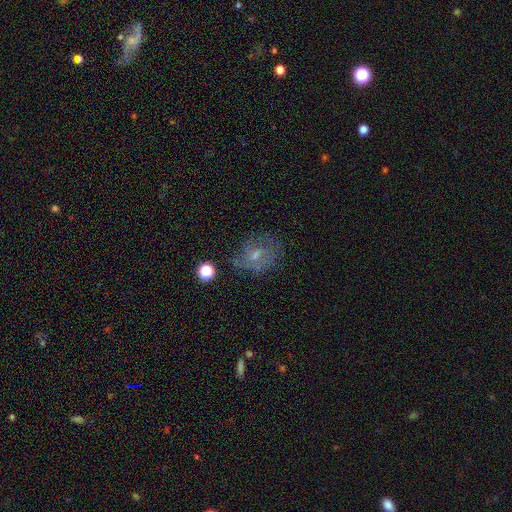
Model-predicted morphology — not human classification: The model was most divided on "smooth or featured": featured or disk: 48%, smooth: 38%, star or artifact: 14%. More confident: merging — none (56%).